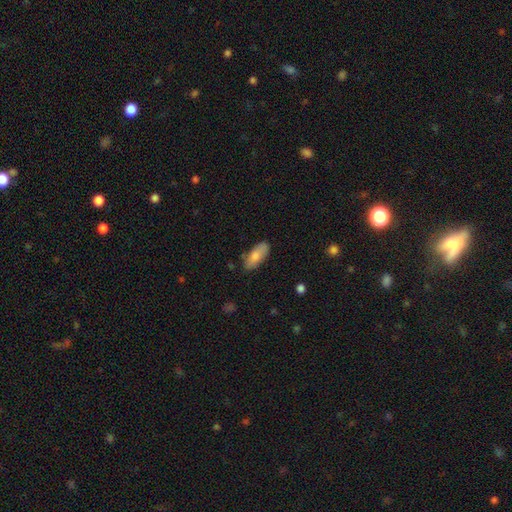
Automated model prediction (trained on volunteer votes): A smooth galaxy with no disk features (78%) that is in between round and cigar-shaped (85%). Merging: none (80%).